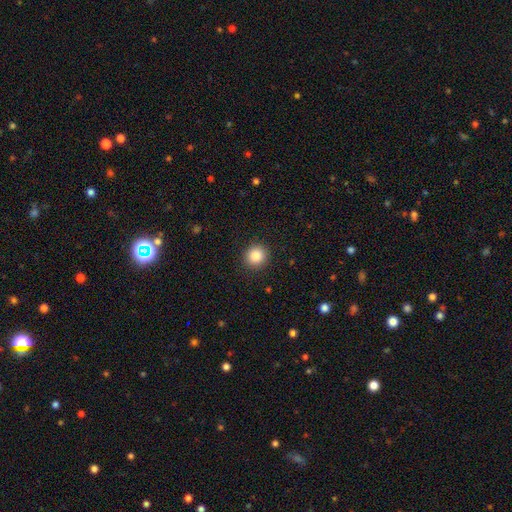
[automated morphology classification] A smooth galaxy with no disk features (86%) that is round (92%).

Vote fractions:
- Smooth or featured? smooth: 86% / star or artifact: 9% / featured or disk: 5%
- How rounded? round: 92% / in between: 7% / cigar-shaped: 1%
- Merging? none: 91% / minor disturbance: 6% / major disturbance: 2% / merger: 1%